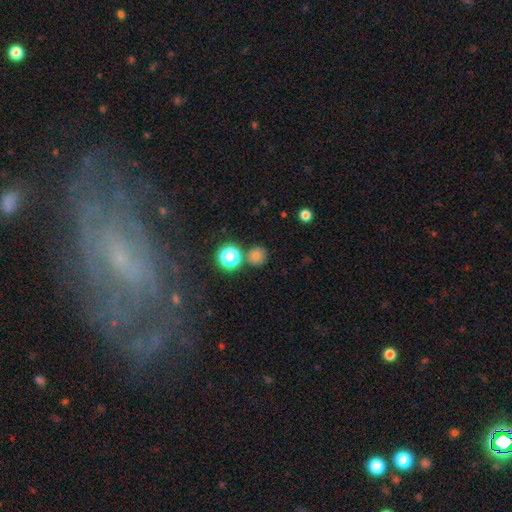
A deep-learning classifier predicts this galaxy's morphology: This is likely a smooth galaxy (71%). How rounded: clearly round (91%). Merging: likely none (79%).